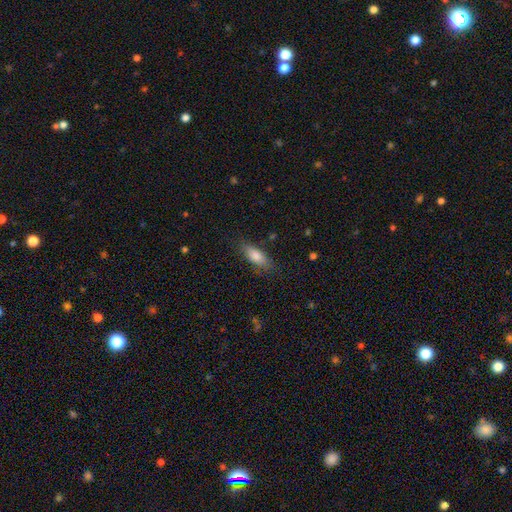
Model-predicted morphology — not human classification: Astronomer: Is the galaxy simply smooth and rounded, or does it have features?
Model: smooth — 78%.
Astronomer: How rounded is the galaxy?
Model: in between — 67%.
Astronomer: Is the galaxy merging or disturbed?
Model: none — 80%.